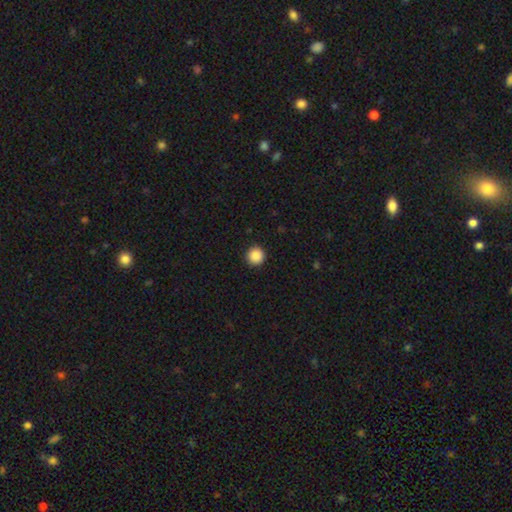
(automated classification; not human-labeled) Smooth or featured? smooth (88%)
How rounded? round (96%)
Merging? none (93%)